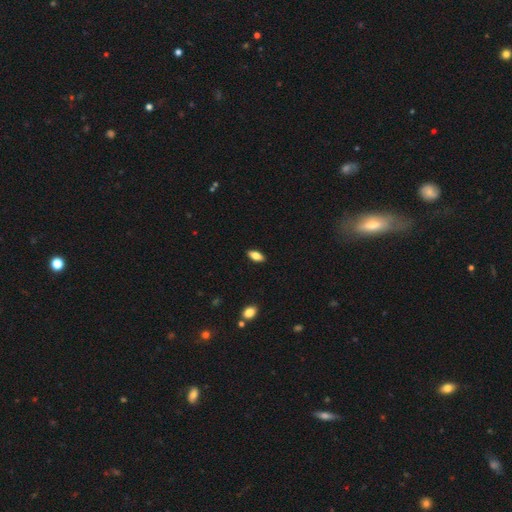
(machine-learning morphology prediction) Smooth or featured?
  - smooth: 75% *
  - featured or disk: 18%
  - star or artifact: 7%
How rounded?
  - in between: 85% *
  - cigar-shaped: 12%
  - round: 3%
Merging?
  - none: 89% *
  - minor disturbance: 8%
  - major disturbance: 2%
  - merger: 1%